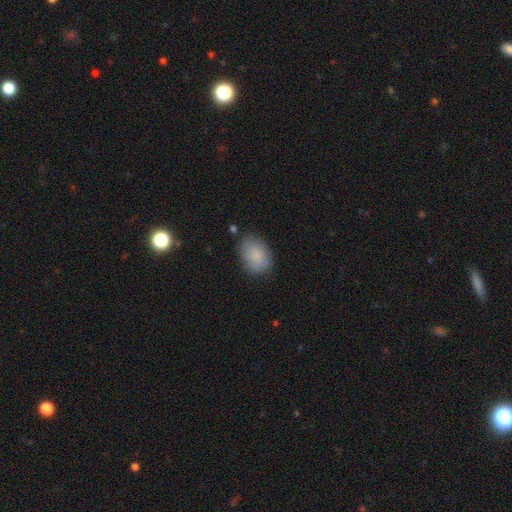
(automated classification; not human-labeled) Overall: smooth (83%). How rounded: in between (80%). Merging: none (74%).